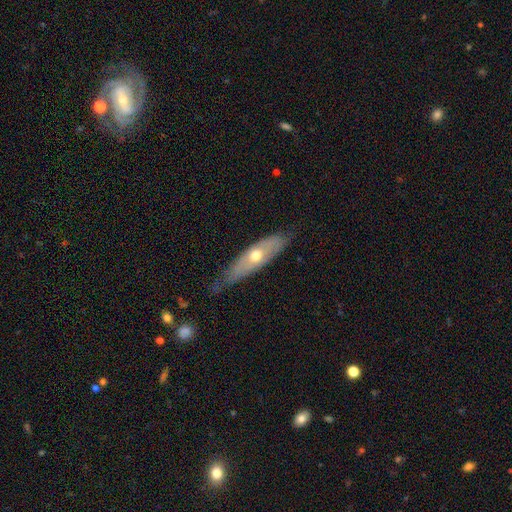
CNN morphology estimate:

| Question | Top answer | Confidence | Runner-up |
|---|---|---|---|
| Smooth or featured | featured or disk | 49% | smooth (45%) |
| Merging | none | 66% | minor disturbance (25%) |